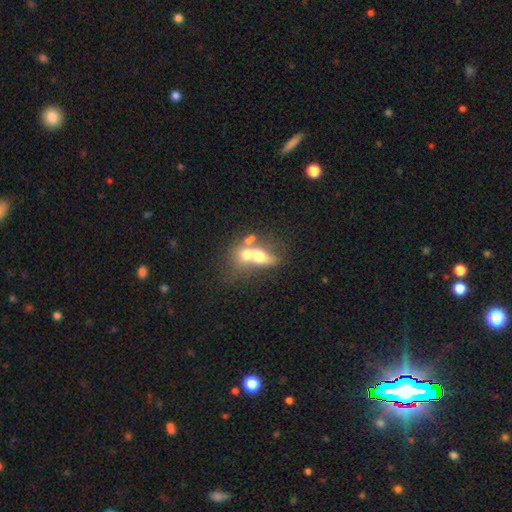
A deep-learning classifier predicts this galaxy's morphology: smooth 57%, featured or disk 32%, star or artifact 11%. Down the decision tree: how rounded — in between (62%); merging — merger (67%).